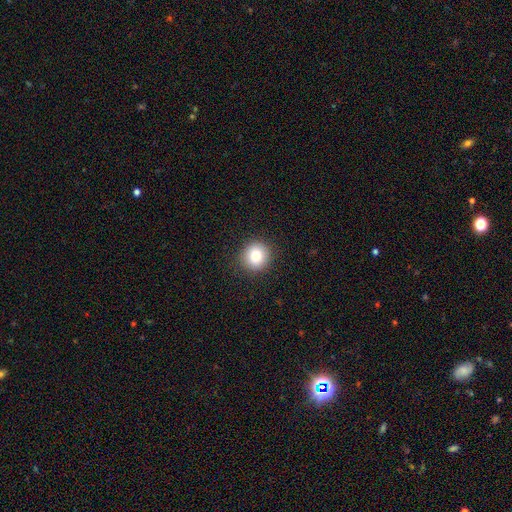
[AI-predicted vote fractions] A smooth galaxy with no disk features (82%) that is round (91%). Merging: none (90%).